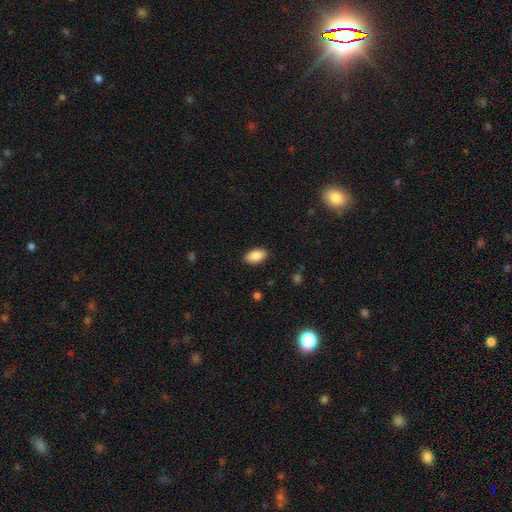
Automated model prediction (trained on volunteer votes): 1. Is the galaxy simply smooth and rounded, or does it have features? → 89% smooth, 7% star or artifact, 4% featured or disk.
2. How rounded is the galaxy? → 94% in between, 4% round, 2% cigar-shaped.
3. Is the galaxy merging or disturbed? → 89% none, 8% minor disturbance, 2% major disturbance, 1% merger.